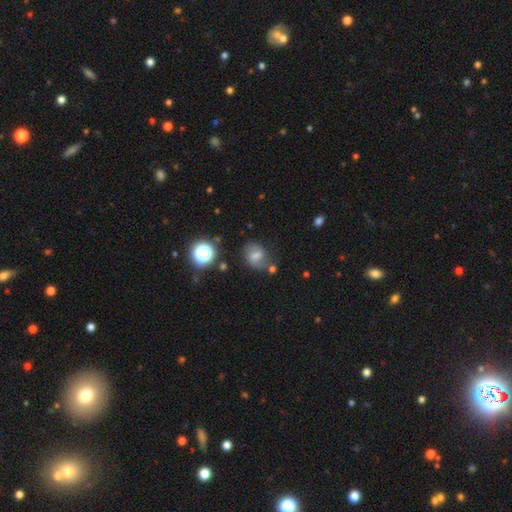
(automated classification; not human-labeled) Overall: smooth (53%; featured or disk 31%). How rounded: in between (55%; round 43%). Merging: none (64%).